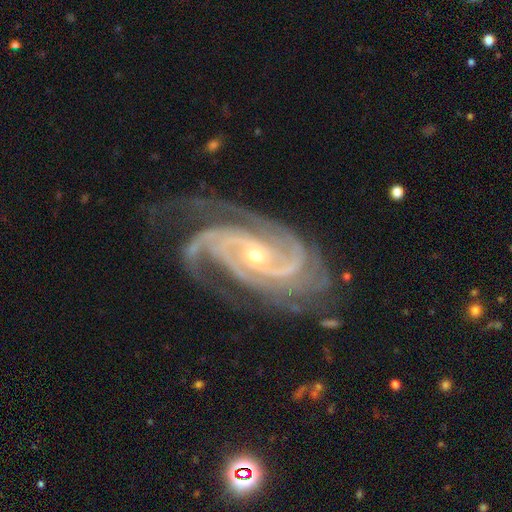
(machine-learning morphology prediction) Smooth or featured? featured or disk (93%)
Edge-on disk? no (97%)
Bar? no (52%)
Spiral arms? yes (99%)
Spiral winding? tight (55%)
Spiral arm count? 3 (35%)
Bulge size? small (67%)
Merging? none (66%)